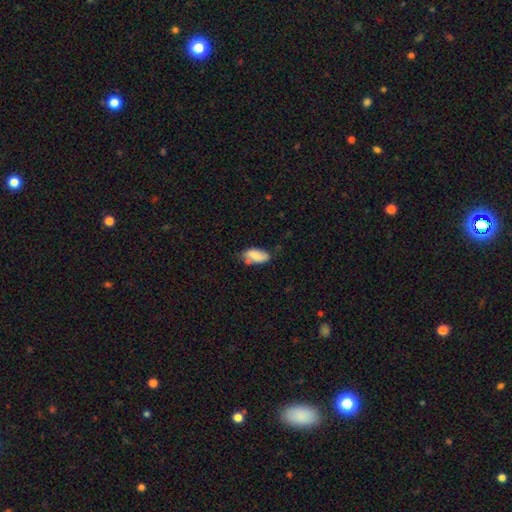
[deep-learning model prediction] Smooth or featured? Predicted: smooth (p=0.78). How rounded? Predicted: in between (p=0.89). Merging? Predicted: none (p=0.54).